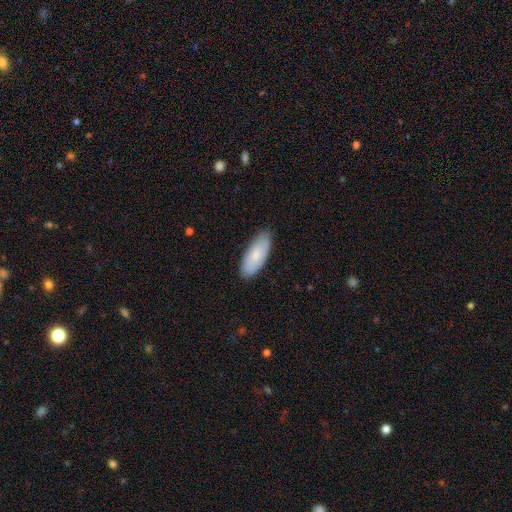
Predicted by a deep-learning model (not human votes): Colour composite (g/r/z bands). It shows a smooth galaxy with no disk features (79%) that is in between round and cigar-shaped (81%). Merging: none (83%).